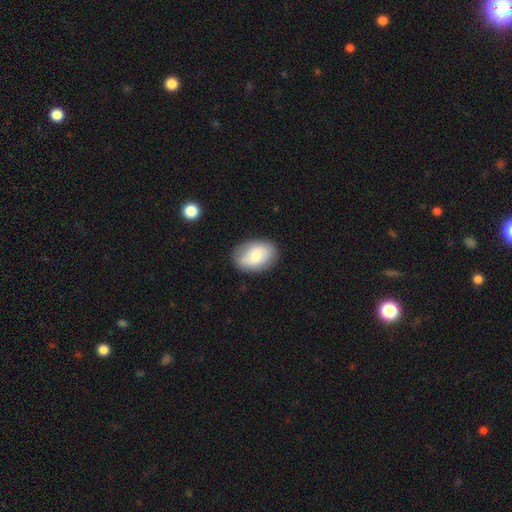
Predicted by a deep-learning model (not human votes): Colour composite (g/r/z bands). It shows a smooth galaxy with no disk features (71%) that is in between round and cigar-shaped (84%). Merging: none (84%).